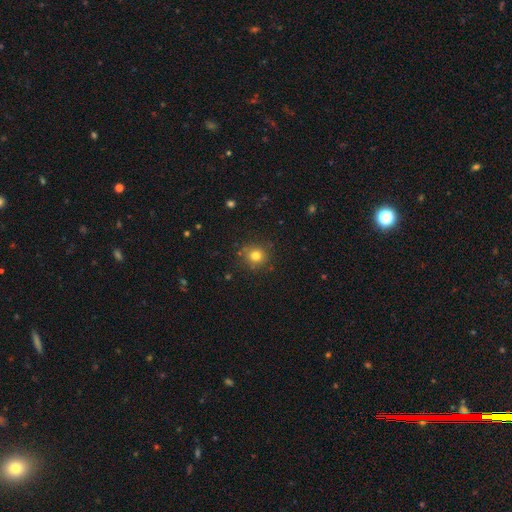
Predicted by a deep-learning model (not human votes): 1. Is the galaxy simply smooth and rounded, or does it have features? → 78% smooth, 14% star or artifact, 8% featured or disk.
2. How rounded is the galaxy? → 90% round, 9% in between, 1% cigar-shaped.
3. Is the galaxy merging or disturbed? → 85% none, 10% minor disturbance, 3% major disturbance, 2% merger.